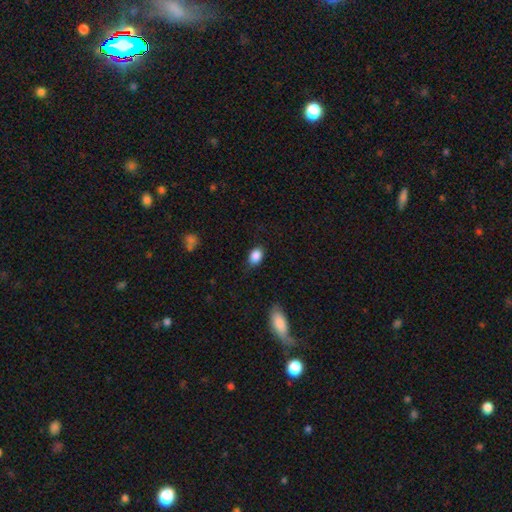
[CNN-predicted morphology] Overall: smooth (87%). How rounded: in between (80%). Merging: none (76%).